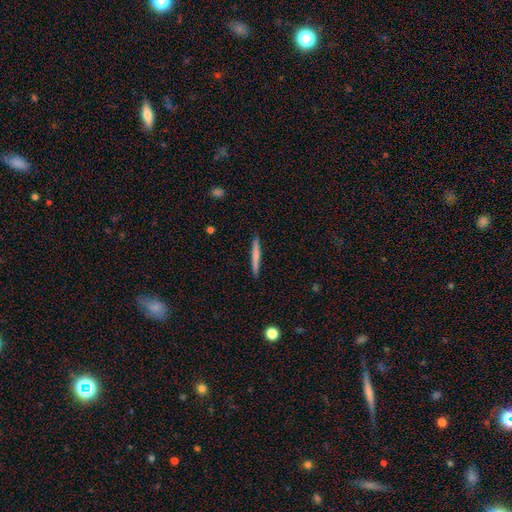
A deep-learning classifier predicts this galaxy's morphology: Smooth or featured? Predicted: smooth (p=0.66). How rounded? Predicted: cigar-shaped (p=0.96). Merging? Predicted: none (p=0.91).